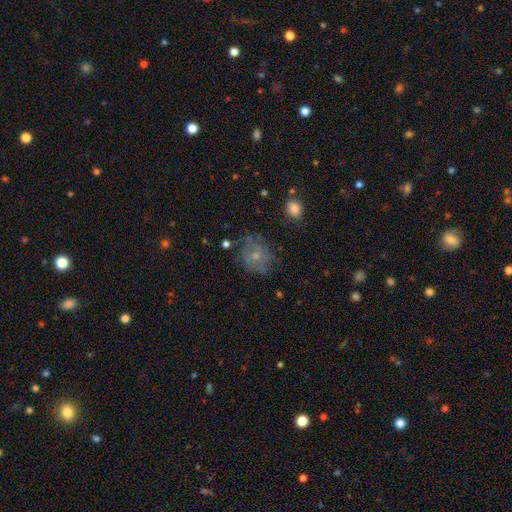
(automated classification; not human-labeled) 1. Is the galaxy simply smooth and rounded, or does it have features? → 50% featured or disk, 38% smooth, 13% star or artifact.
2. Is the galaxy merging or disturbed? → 59% none, 24% minor disturbance, 14% major disturbance, 3% merger.